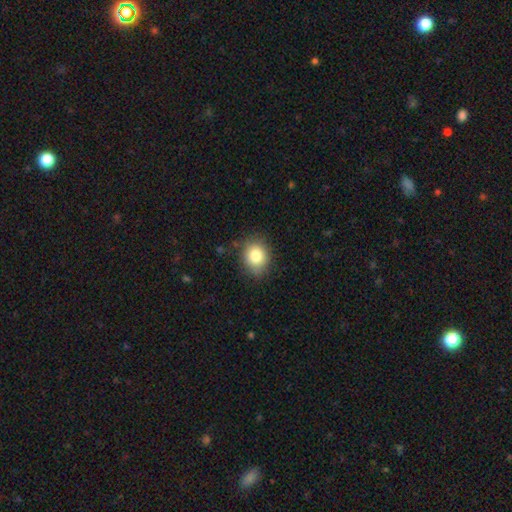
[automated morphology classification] Smooth or featured? Predicted: smooth (p=0.81). How rounded? Predicted: round (p=0.70). Merging? Predicted: none (p=0.84).